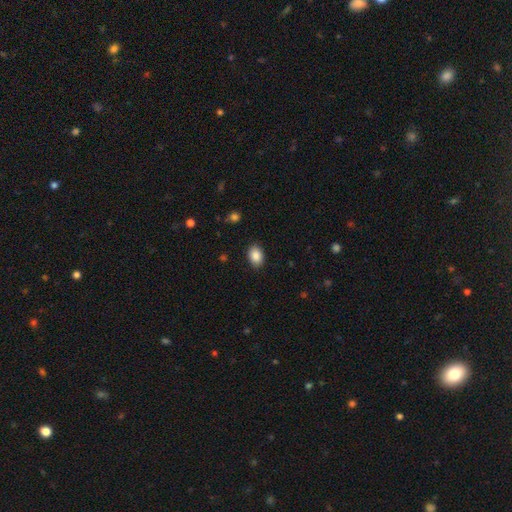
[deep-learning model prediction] Q: Smooth or featured?
A: smooth (88%); runner-up: star or artifact (8%)
Q: How rounded?
A: in between (79%); runner-up: round (20%)
Q: Merging?
A: none (87%); runner-up: minor disturbance (9%)